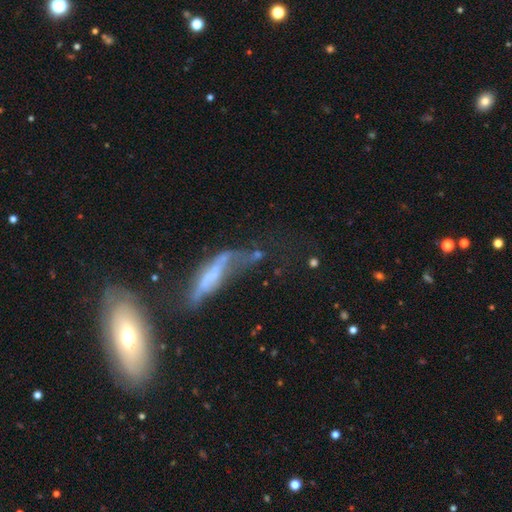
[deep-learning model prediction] This appears to be a featured or disk galaxy (48%). Merging: major disturbance (38%).